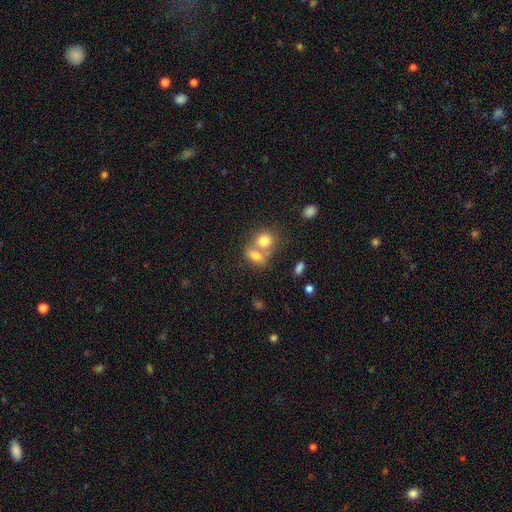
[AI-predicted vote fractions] This is likely a smooth galaxy (75%). How rounded: likely in between (64%). Merging: possibly merger (59%).